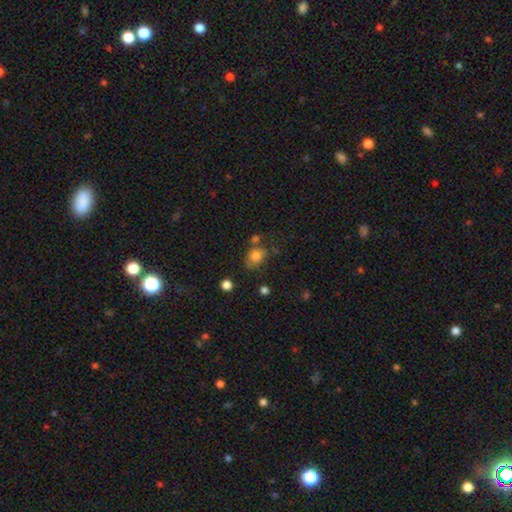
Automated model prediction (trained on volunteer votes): Smooth or featured?
  - smooth: 80% *
  - star or artifact: 11%
  - featured or disk: 9%
How rounded?
  - in between: 61% *
  - round: 38%
  - cigar-shaped: 1%
Merging?
  - none: 49% *
  - minor disturbance: 24%
  - merger: 16%
  - major disturbance: 11%